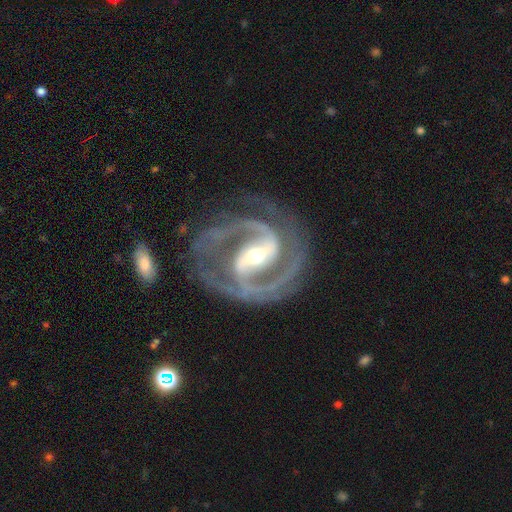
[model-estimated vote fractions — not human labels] smooth-or-featured: featured or disk: 94% | star or artifact: 4% | smooth: 2%
  disk-edge-on: no: 98% | yes: 2%
    bar: strong: 67% | weak: 25% | no: 8%
    has-spiral-arms: yes: 99% | no: 1%
      spiral-winding: medium: 55% | tight: 38% | loose: 7%
      spiral-arm-count: 2: 86% | 3: 7% | can't tell: 2% | 1: 1% | 4: 1% | more than 4: 1%
    bulge-size: moderate: 56% | small: 38% | large: 5% | none: 1% | dominant: 1%
  merging: none: 75% | minor disturbance: 15% | major disturbance: 8% | merger: 2%